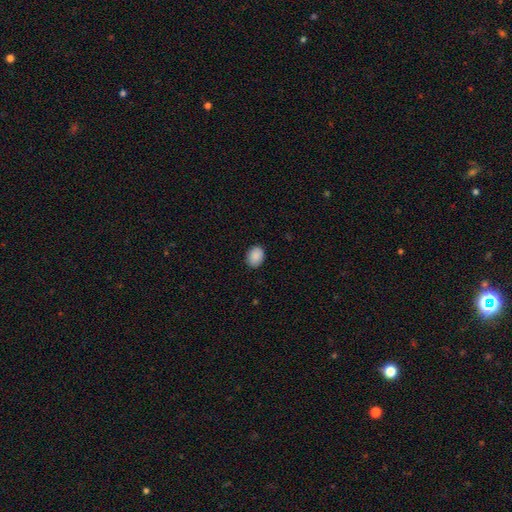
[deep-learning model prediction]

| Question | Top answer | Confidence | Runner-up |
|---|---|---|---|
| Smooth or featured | smooth | 90% | star or artifact (7%) |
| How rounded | in between | 66% | round (33%) |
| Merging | none | 88% | minor disturbance (9%) |